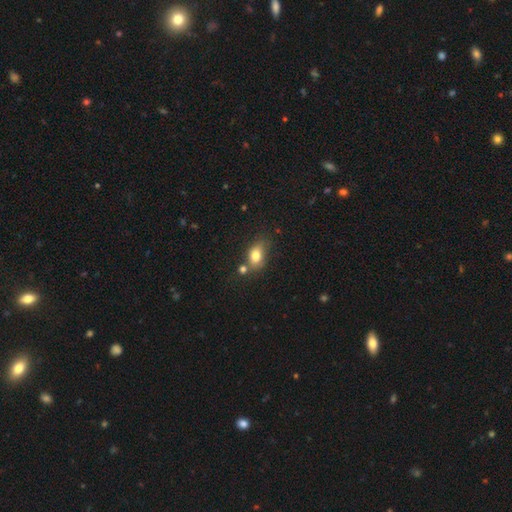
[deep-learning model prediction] This appears to be a smooth galaxy with no disk features (78%) that is in between round and cigar-shaped (74%). Merging: none (54%).